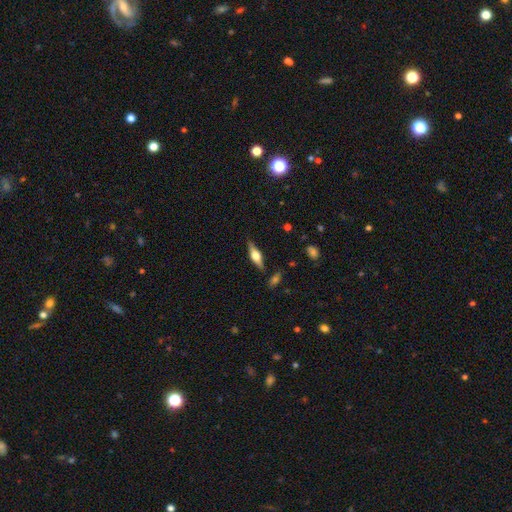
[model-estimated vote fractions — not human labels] Morphology: type=featured or disk (60%); edge-on=yes (94%); edge-on bulge=rounded (91%); merging=none (84%).